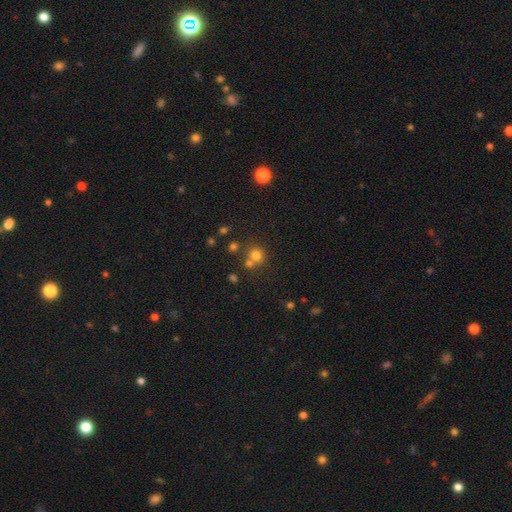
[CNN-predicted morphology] Smooth or featured?
  - smooth: 73% *
  - star or artifact: 18%
  - featured or disk: 9%
How rounded?
  - round: 88% *
  - in between: 11%
  - cigar-shaped: 1%
Merging?
  - none: 57% *
  - merger: 32%
  - minor disturbance: 8%
  - major disturbance: 4%